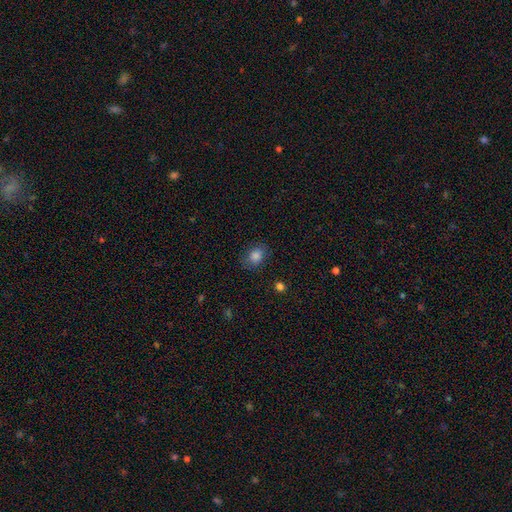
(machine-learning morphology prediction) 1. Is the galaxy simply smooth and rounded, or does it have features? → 82% smooth, 10% star or artifact, 7% featured or disk.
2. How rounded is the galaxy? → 55% in between, 44% round, 1% cigar-shaped.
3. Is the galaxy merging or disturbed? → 78% none, 16% minor disturbance, 5% major disturbance, 1% merger.